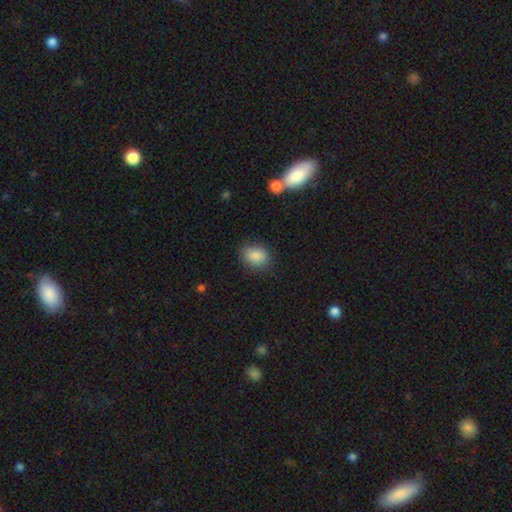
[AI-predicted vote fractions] Overall: smooth (83%). How rounded: in between (55%; round 44%). Merging: none (81%).